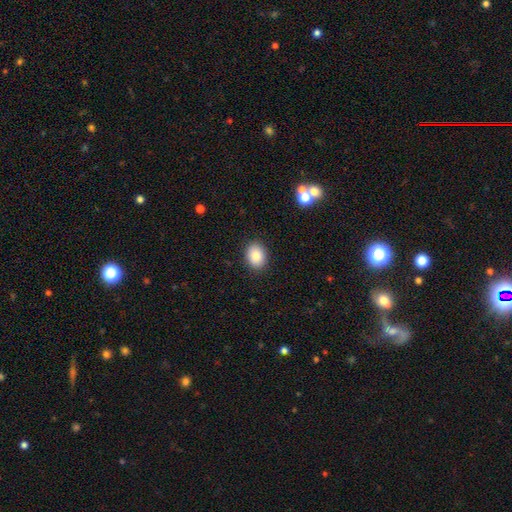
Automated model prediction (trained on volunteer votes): Q: Smooth or featured?
A: smooth (86%); runner-up: star or artifact (8%)
Q: How rounded?
A: in between (63%); runner-up: round (36%)
Q: Merging?
A: none (89%); runner-up: minor disturbance (7%)